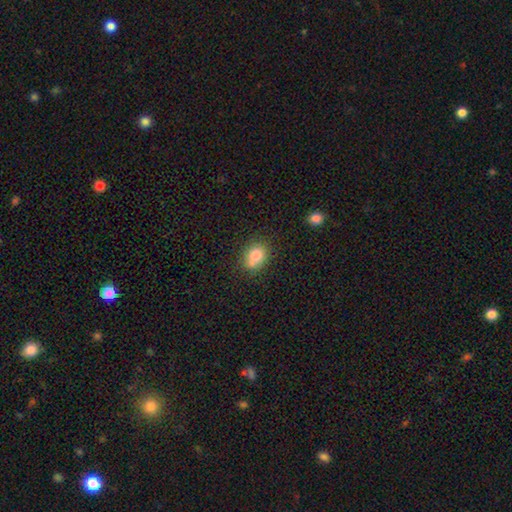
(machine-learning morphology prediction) smooth 79%, featured or disk 11%, star or artifact 9%. Down the decision tree: how rounded — in between (54%); merging — none (57%).